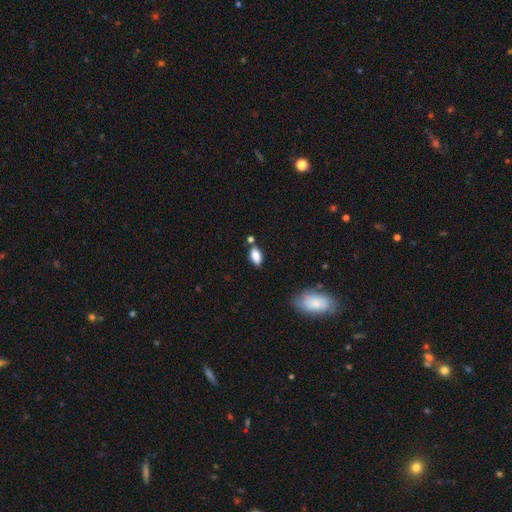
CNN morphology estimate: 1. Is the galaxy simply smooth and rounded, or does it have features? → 83% smooth, 8% star or artifact, 8% featured or disk.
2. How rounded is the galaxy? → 88% in between, 7% cigar-shaped, 5% round.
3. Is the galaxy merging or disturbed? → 71% none, 16% minor disturbance, 9% merger, 4% major disturbance.